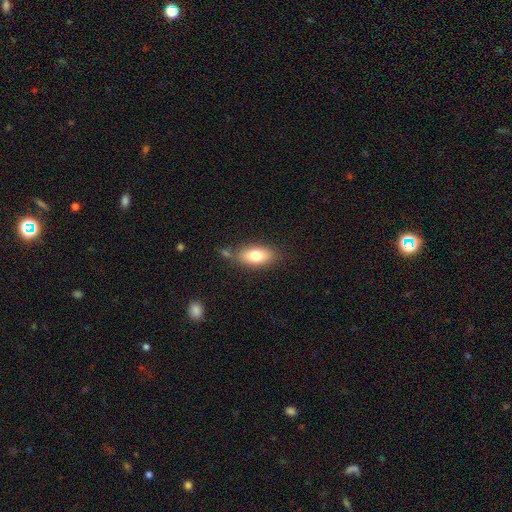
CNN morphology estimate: The model was most divided on "merging": none: 72%, minor disturbance: 17%, merger: 7%, major disturbance: 5%. More confident: how rounded — in between (87%); smooth or featured — smooth (76%).